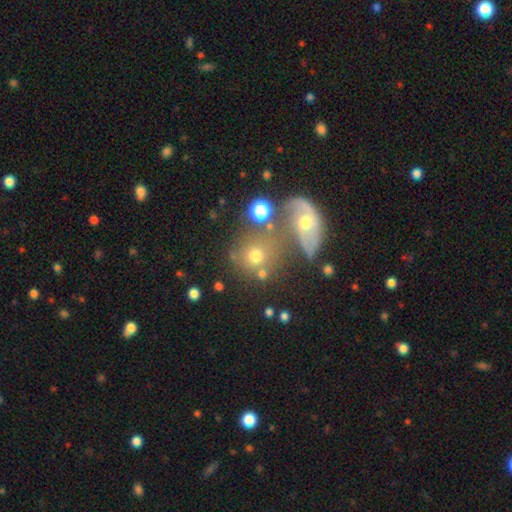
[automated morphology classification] smooth 61%, featured or disk 24%, star or artifact 15%. Down the decision tree: how rounded — round (75%); merging — merger (40%).